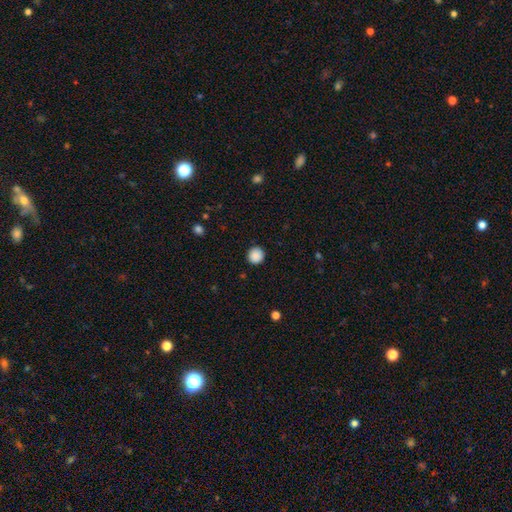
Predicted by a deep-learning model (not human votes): Q: Smooth or featured?
A: smooth (89%); runner-up: star or artifact (9%)
Q: How rounded?
A: round (94%); runner-up: in between (5%)
Q: Merging?
A: none (92%); runner-up: minor disturbance (6%)